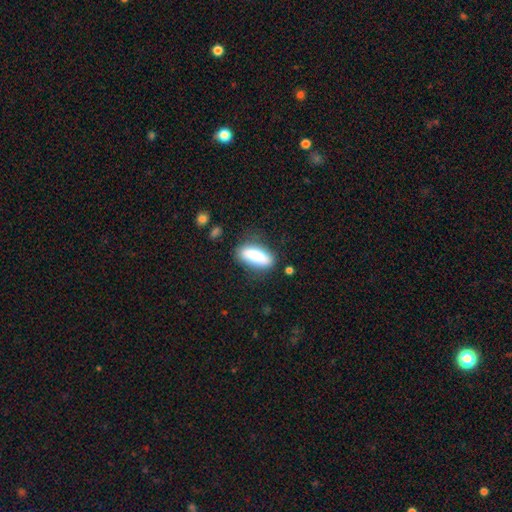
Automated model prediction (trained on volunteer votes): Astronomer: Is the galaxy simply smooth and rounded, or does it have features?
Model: smooth — 79%.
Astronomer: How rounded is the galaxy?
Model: in between — 70%.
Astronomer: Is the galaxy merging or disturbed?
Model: none — 78%.